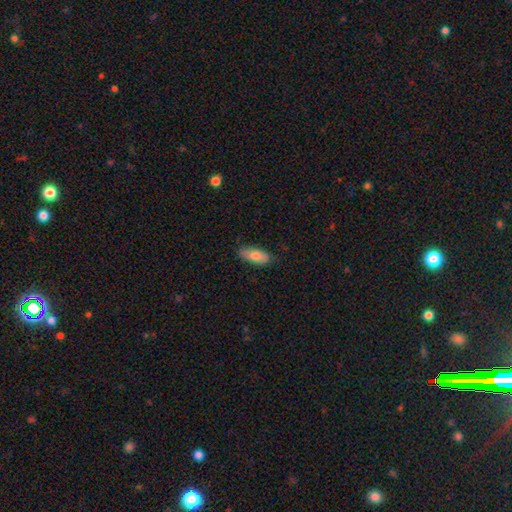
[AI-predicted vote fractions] smooth_or_featured: smooth (p=0.79) [alt: featured or disk p=0.14]
how_rounded: in between (p=0.79) [alt: cigar-shaped p=0.19]
merging: none (p=0.81) [alt: minor disturbance p=0.15]